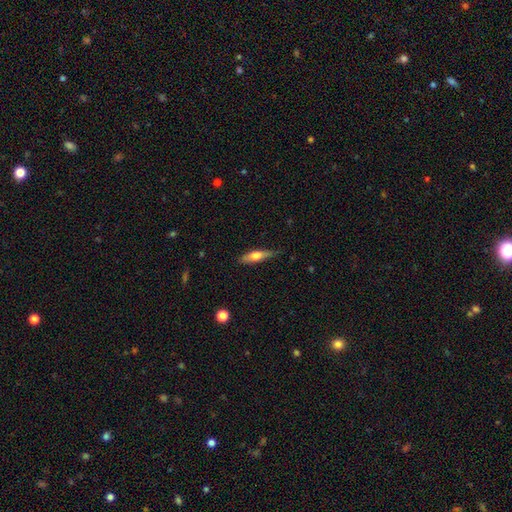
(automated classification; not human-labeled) Q: Smooth or featured?
A: smooth (58%); runner-up: featured or disk (36%)
Q: How rounded?
A: cigar-shaped (68%); runner-up: in between (30%)
Q: Merging?
A: none (73%); runner-up: minor disturbance (22%)